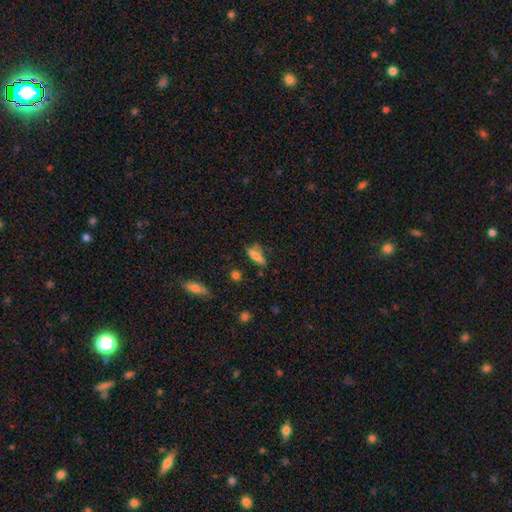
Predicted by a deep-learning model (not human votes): This appears to be a smooth galaxy with no disk features (66%) that is in between round and cigar-shaped (58%). Merging: none (59%).